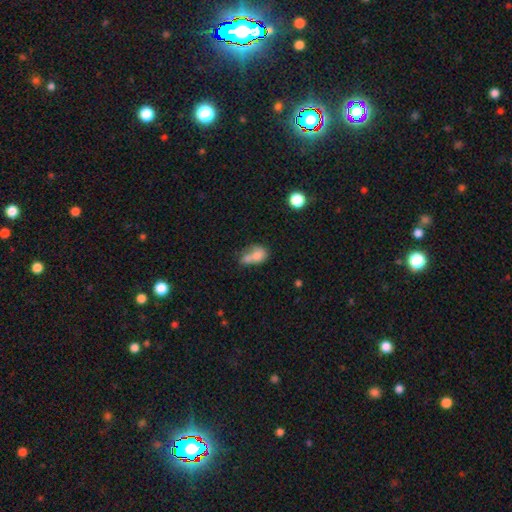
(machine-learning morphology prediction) Smooth or featured?
  - smooth: 72% *
  - featured or disk: 17%
  - star or artifact: 10%
How rounded?
  - in between: 67% *
  - round: 30%
  - cigar-shaped: 3%
Merging?
  - merger: 57% *
  - none: 21%
  - minor disturbance: 12%
  - major disturbance: 10%